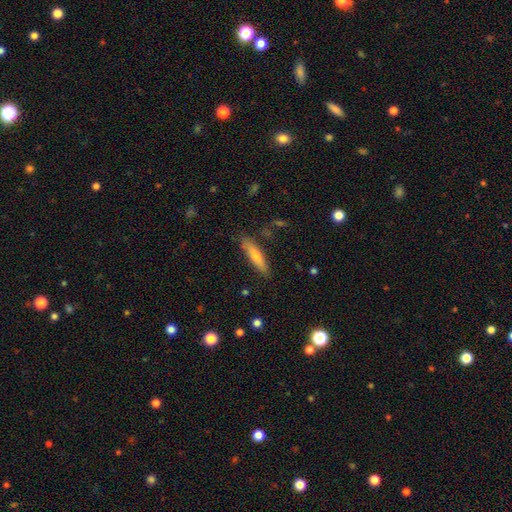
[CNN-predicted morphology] smooth 62%, featured or disk 31%, star or artifact 7%. Down the decision tree: how rounded — cigar-shaped (78%); merging — none (84%).